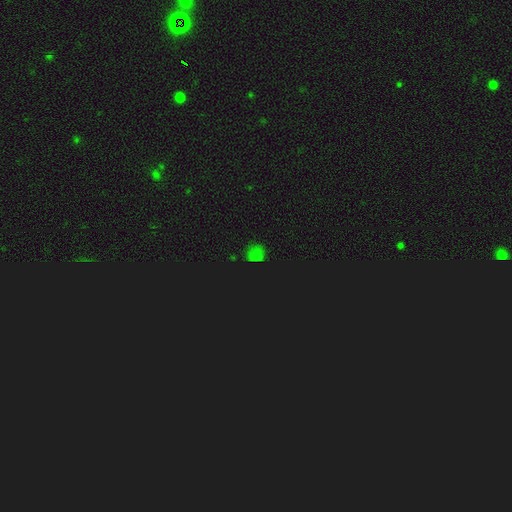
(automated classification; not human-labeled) Morphology: type=star or artifact (53%).